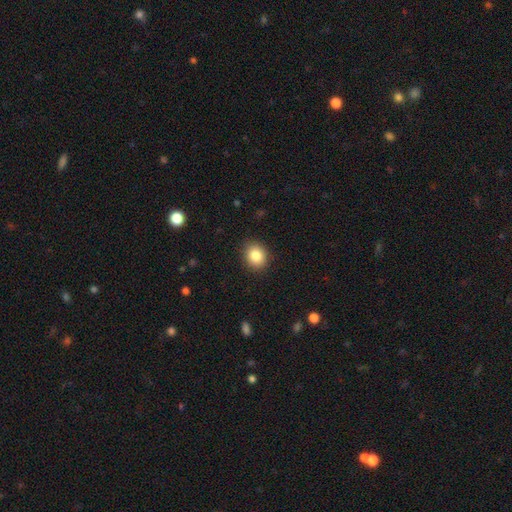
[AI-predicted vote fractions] Smooth or featured: smooth — 84% (star or artifact — 10%)
How rounded: round — 70% (in between — 30%)
Merging: none — 90% (minor disturbance — 7%)